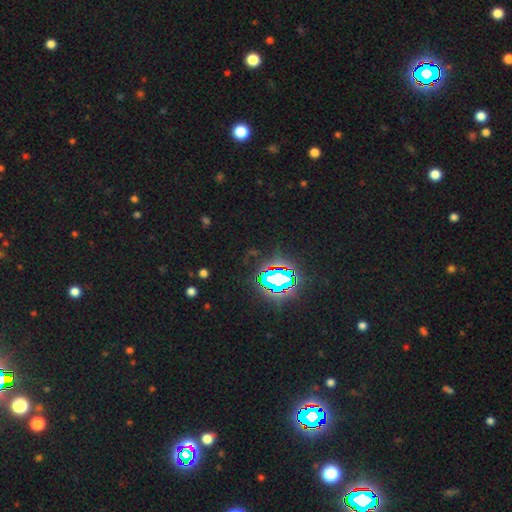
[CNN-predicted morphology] smooth_or_featured: star or artifact (p=0.81) [alt: smooth p=0.12]